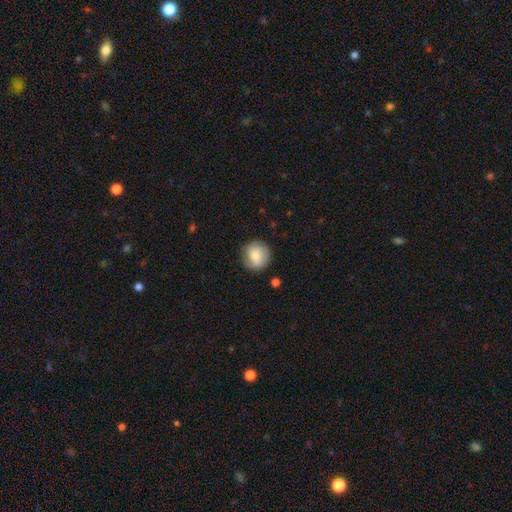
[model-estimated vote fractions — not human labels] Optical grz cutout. It shows a smooth galaxy with no disk features (65%) that is round (91%). Merging: none (79%).